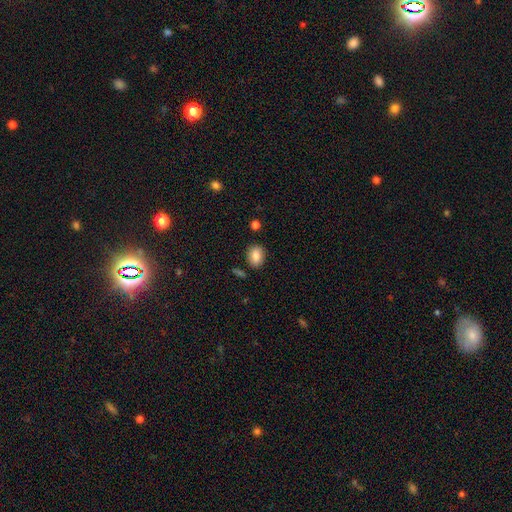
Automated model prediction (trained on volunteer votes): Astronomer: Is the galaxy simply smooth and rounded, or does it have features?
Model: smooth — 84%.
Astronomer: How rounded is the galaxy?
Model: in between — 66%.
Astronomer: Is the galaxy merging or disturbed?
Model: none — 85%.